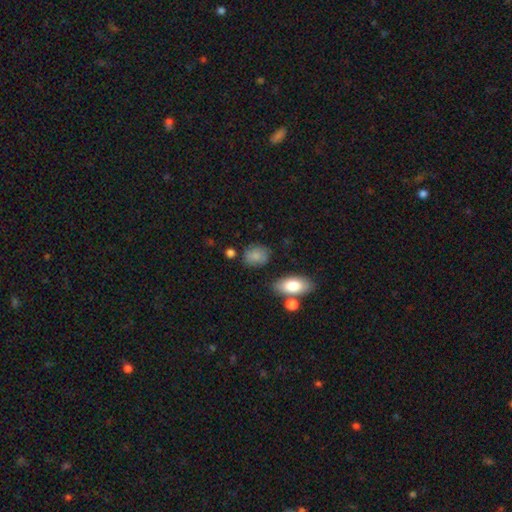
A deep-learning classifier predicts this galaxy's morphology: smooth 83%, featured or disk 9%, star or artifact 8%. Down the decision tree: how rounded — in between (54%); merging — none (72%).